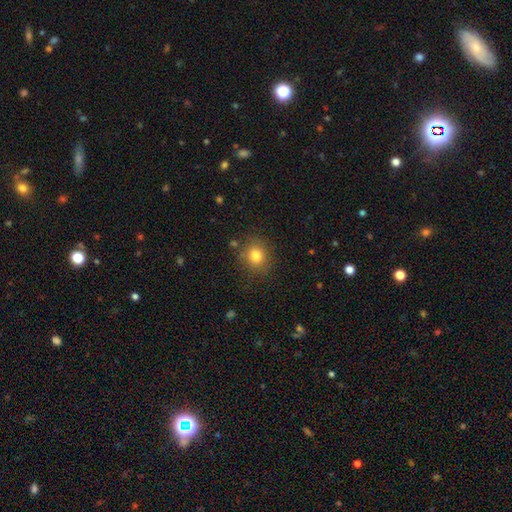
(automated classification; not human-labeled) Smooth or featured? Predicted: smooth (p=0.80). How rounded? Predicted: round (p=0.81). Merging? Predicted: none (p=0.84).